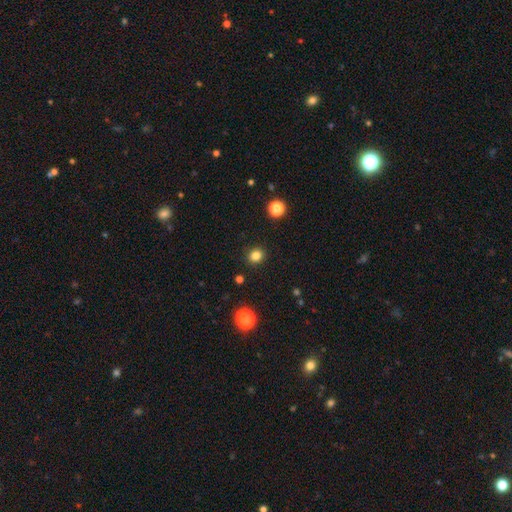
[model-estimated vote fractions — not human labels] Smooth or featured? Predicted: smooth (p=0.82). How rounded? Predicted: round (p=0.76). Merging? Predicted: none (p=0.91).